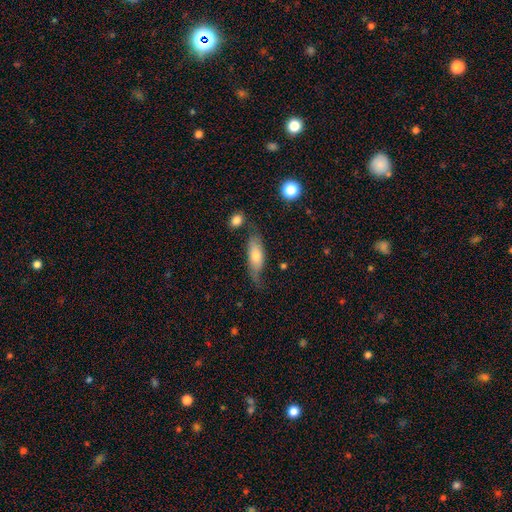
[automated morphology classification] Smooth or featured? smooth (66%)
How rounded? in between (67%)
Merging? none (56%)